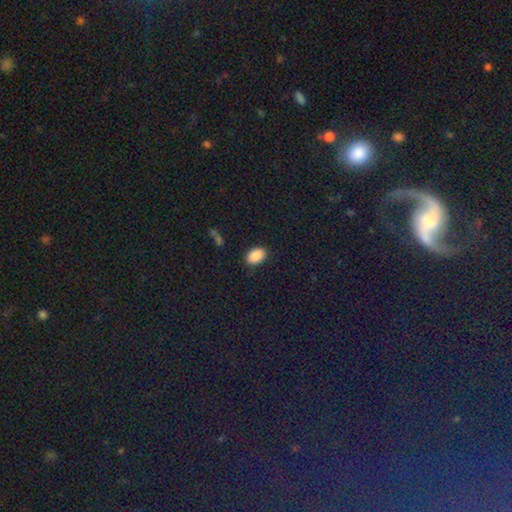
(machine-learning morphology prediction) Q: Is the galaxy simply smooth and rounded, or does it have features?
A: smooth — 89%.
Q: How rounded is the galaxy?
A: in between — 89%.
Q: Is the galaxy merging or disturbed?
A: none — 87%.